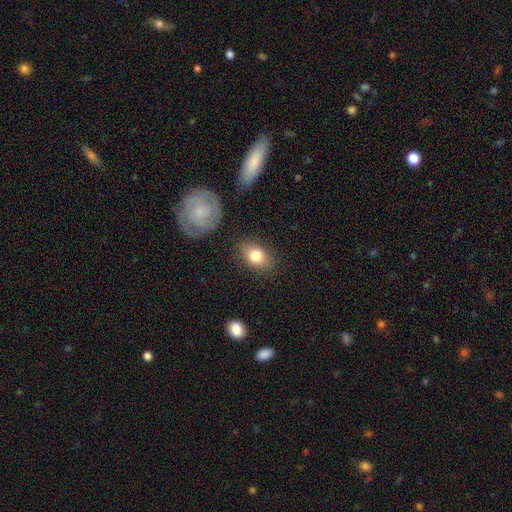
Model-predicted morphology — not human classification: The model was most divided on "how rounded": in between: 74%, round: 24%, cigar-shaped: 2%. More confident: merging — none (81%); smooth or featured — smooth (80%).